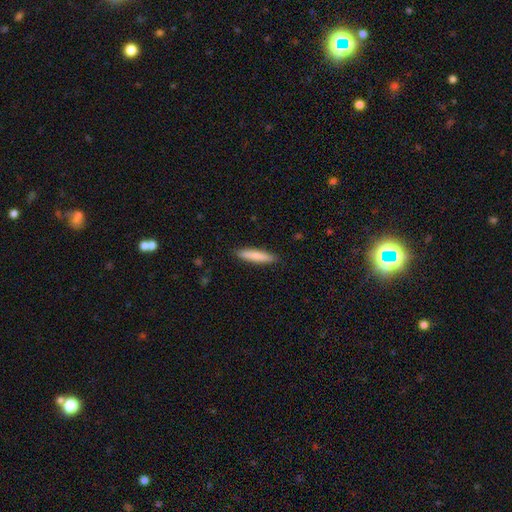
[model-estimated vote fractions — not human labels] A smooth galaxy with no disk features (84%) that is cigar-shaped (85%).

Vote fractions:
- Smooth or featured? smooth: 84% / featured or disk: 11% / star or artifact: 5%
- How rounded? cigar-shaped: 85% / in between: 14% / round: 1%
- Merging? none: 89% / minor disturbance: 8% / major disturbance: 2% / merger: 1%